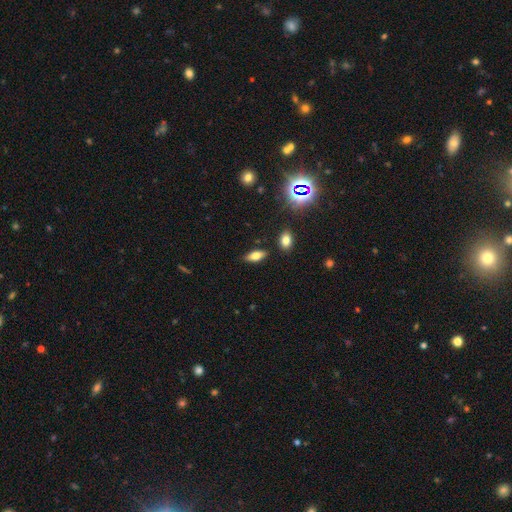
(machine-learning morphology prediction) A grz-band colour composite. It shows a smooth galaxy with no disk features (64%) that is in between round and cigar-shaped (77%). Merging: none (84%).